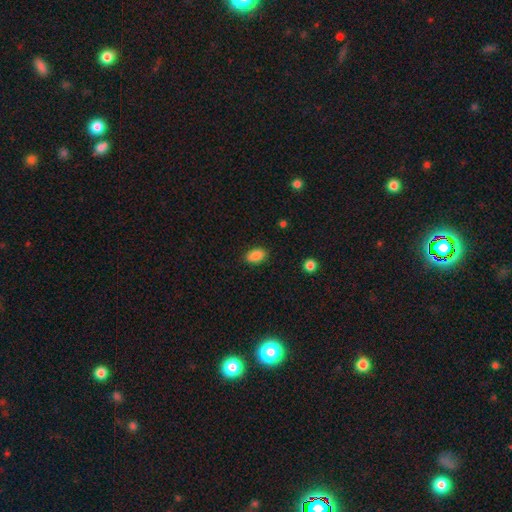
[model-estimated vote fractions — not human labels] Q: Smooth or featured?
A: smooth (88%); runner-up: star or artifact (8%)
Q: How rounded?
A: in between (90%); runner-up: round (8%)
Q: Merging?
A: none (86%); runner-up: minor disturbance (11%)